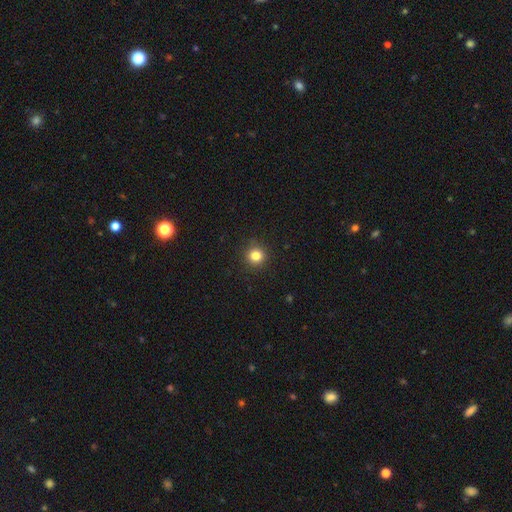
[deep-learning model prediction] Smooth or featured? smooth (83%)
How rounded? round (94%)
Merging? none (91%)